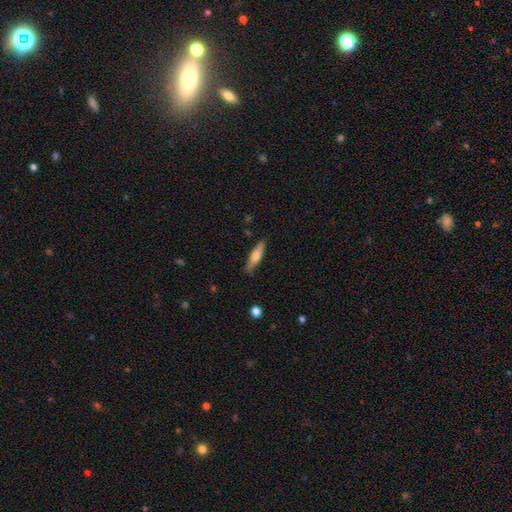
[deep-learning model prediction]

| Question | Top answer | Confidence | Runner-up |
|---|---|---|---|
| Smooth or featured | smooth | 60% | featured or disk (34%) |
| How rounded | cigar-shaped | 74% | in between (25%) |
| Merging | none | 85% | minor disturbance (11%) |